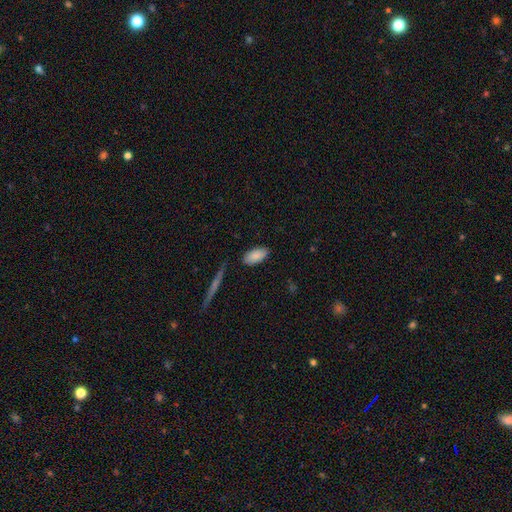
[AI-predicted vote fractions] Smooth or featured?
  - smooth: 87% *
  - featured or disk: 6%
  - star or artifact: 6%
How rounded?
  - in between: 93% *
  - cigar-shaped: 5%
  - round: 2%
Merging?
  - none: 82% *
  - minor disturbance: 13%
  - major disturbance: 3%
  - merger: 2%